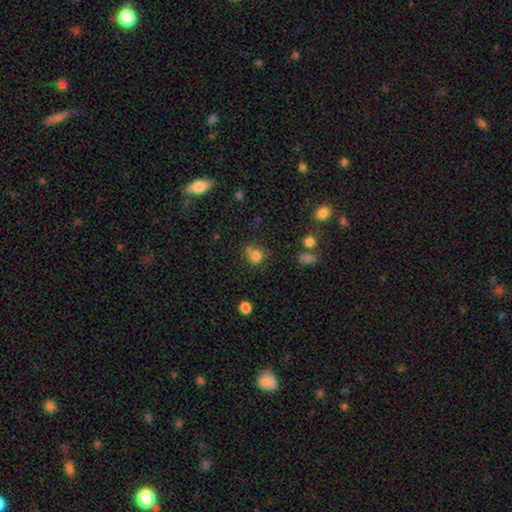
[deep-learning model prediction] Smooth or featured?
  - smooth: 77% *
  - star or artifact: 14%
  - featured or disk: 9%
How rounded?
  - round: 81% *
  - in between: 18%
  - cigar-shaped: 1%
Merging?
  - none: 56% *
  - merger: 22%
  - minor disturbance: 16%
  - major disturbance: 6%